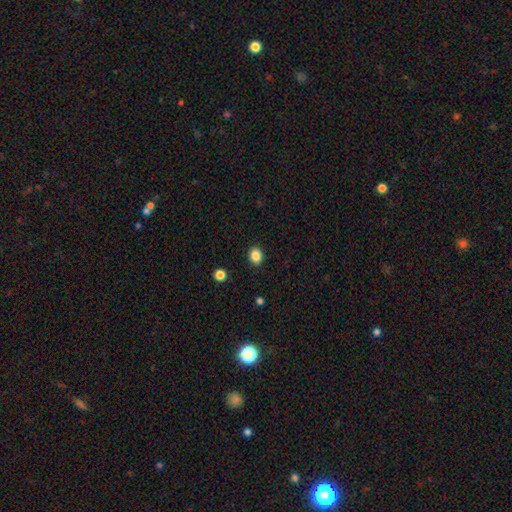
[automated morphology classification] smooth 86%, star or artifact 11%, featured or disk 4%. Down the decision tree: how rounded — round (67%); merging — none (91%).